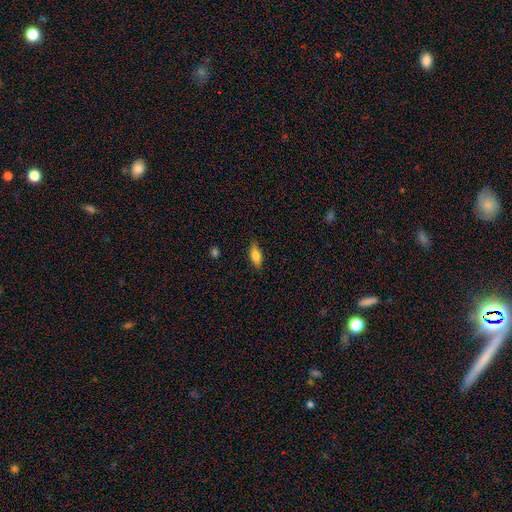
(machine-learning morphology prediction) A smooth galaxy with no disk features (75%) that is in between round and cigar-shaped (74%).

Vote fractions:
- Smooth or featured? smooth: 75% / featured or disk: 17% / star or artifact: 7%
- How rounded? in between: 74% / cigar-shaped: 22% / round: 3%
- Merging? none: 85% / minor disturbance: 11% / major disturbance: 2% / merger: 1%